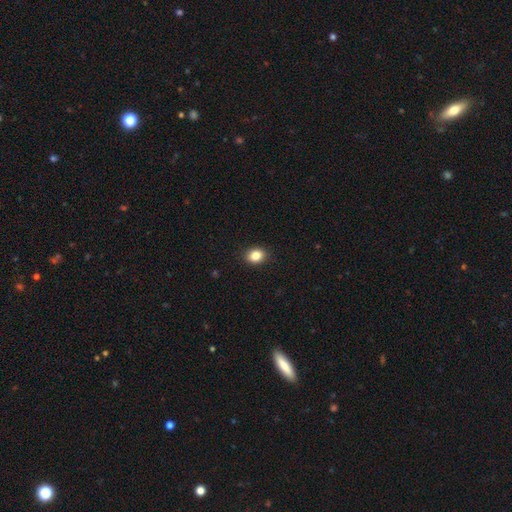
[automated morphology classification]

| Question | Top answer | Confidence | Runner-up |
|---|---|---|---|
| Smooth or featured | smooth | 85% | star or artifact (10%) |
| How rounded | in between | 50% | round (49%) |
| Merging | none | 91% | minor disturbance (7%) |